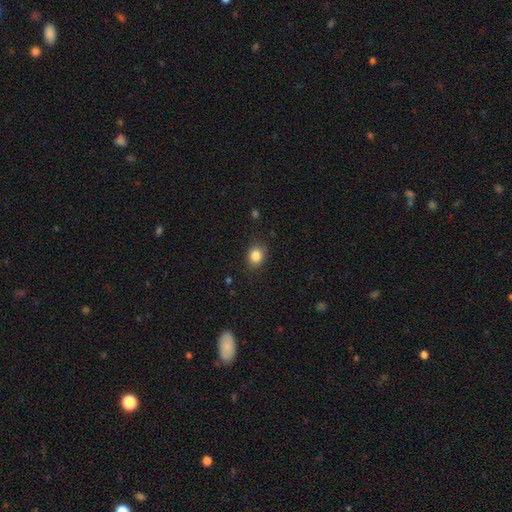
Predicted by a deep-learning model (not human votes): This appears to be a smooth galaxy with no disk features (85%) that is round (58%). Merging: none (83%).